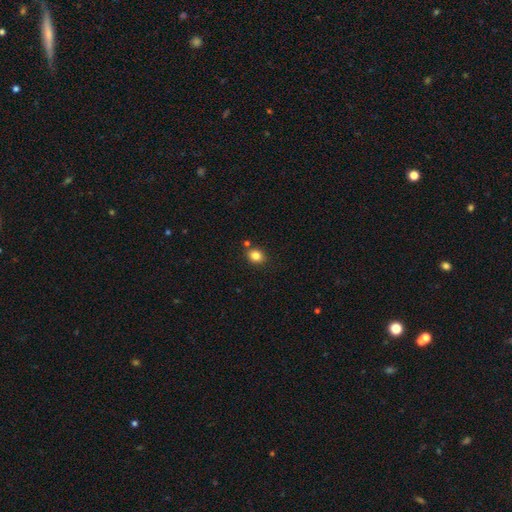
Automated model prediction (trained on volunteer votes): Smooth or featured: smooth — 82% (star or artifact — 12%)
How rounded: round — 60% (in between — 39%)
Merging: none — 80% (minor disturbance — 10%)